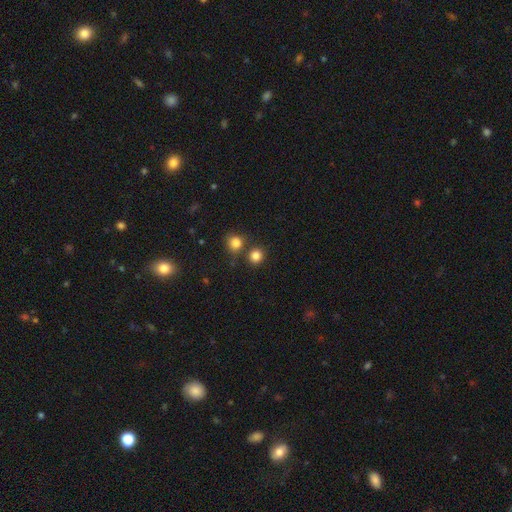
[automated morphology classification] A smooth galaxy with no disk features (83%) that is round (88%). Merging: none (74%).